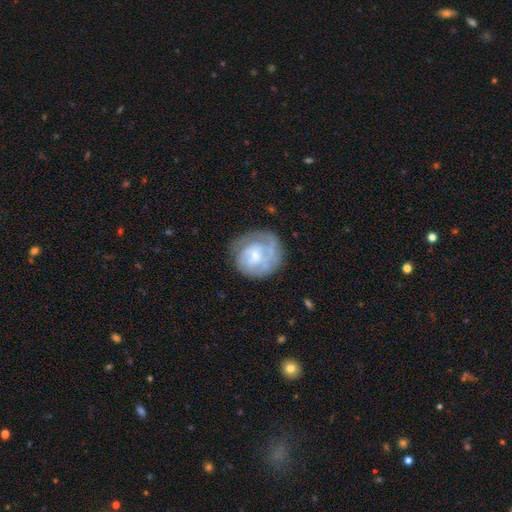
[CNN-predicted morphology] Smooth or featured?
  - featured or disk: 70% *
  - smooth: 24%
  - star or artifact: 6%
Edge-on disk?
  - no: 98% *
  - yes: 2%
Bar?
  - no: 56% *
  - weak: 38%
  - strong: 7%
Spiral arms?
  - yes: 85% *
  - no: 15%
Spiral winding?
  - tight: 48% *
  - medium: 36%
  - loose: 16%
Spiral arm count?
  - can't tell: 33% *
  - 2: 29%
  - 3: 16%
  - 1: 14%
  - 4: 4%
  - more than 4: 3%
Bulge size?
  - small: 57% *
  - moderate: 34%
  - none: 5%
  - large: 3%
  - dominant: 1%
Merging?
  - none: 64% *
  - minor disturbance: 21%
  - major disturbance: 13%
  - merger: 2%